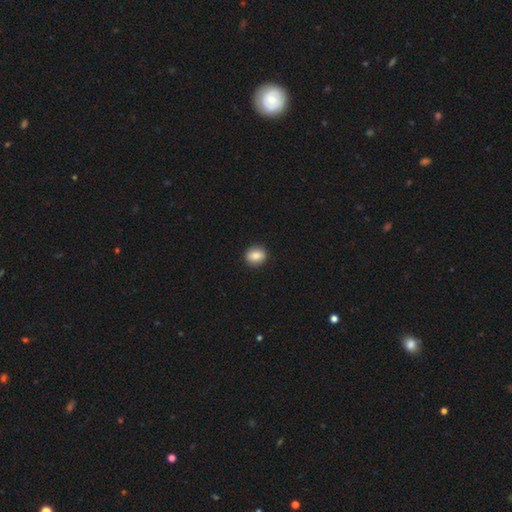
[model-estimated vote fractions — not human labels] A smooth galaxy with no disk features (84%) that is round (64%).

Vote fractions:
- Smooth or featured? smooth: 84% / star or artifact: 8% / featured or disk: 7%
- How rounded? round: 64% / in between: 34% / cigar-shaped: 1%
- Merging? none: 91% / minor disturbance: 6% / major disturbance: 2% / merger: 1%